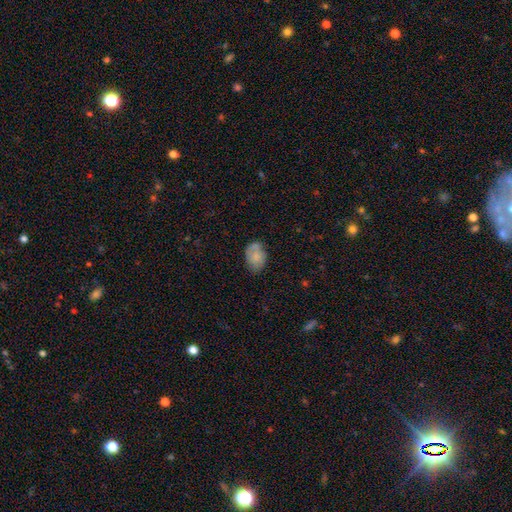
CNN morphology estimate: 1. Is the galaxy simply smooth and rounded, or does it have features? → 72% smooth, 20% featured or disk, 8% star or artifact.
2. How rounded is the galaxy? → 83% in between, 16% round, 1% cigar-shaped.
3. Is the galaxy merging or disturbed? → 62% none, 26% minor disturbance, 7% major disturbance, 5% merger.